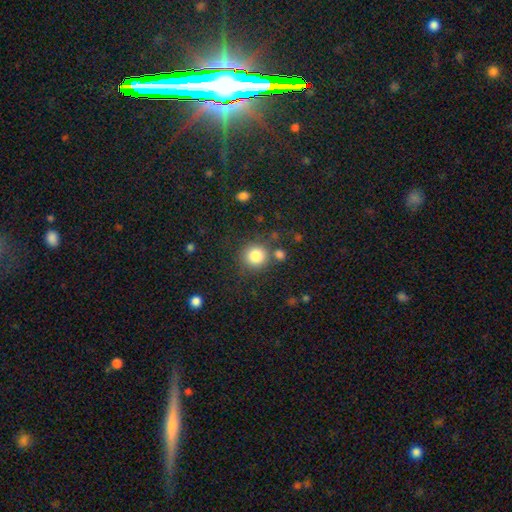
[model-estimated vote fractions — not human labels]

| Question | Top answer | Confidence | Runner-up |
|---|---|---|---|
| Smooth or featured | smooth | 83% | star or artifact (11%) |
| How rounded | round | 92% | in between (7%) |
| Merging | none | 78% | minor disturbance (10%) |